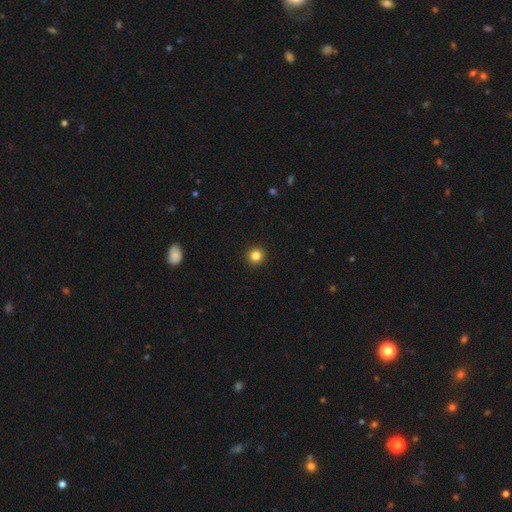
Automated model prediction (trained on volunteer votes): Morphology: type=smooth (84%); roundness=round (93%); merging=none (93%).